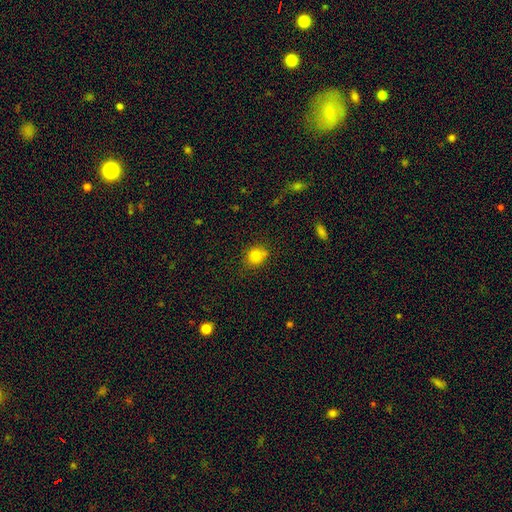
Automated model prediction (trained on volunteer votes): smooth-or-featured: smooth: 81% | star or artifact: 12% | featured or disk: 7%
  how-rounded: round: 75% | in between: 24% | cigar-shaped: 1%
  merging: none: 74% | minor disturbance: 16% | merger: 5% | major disturbance: 4%